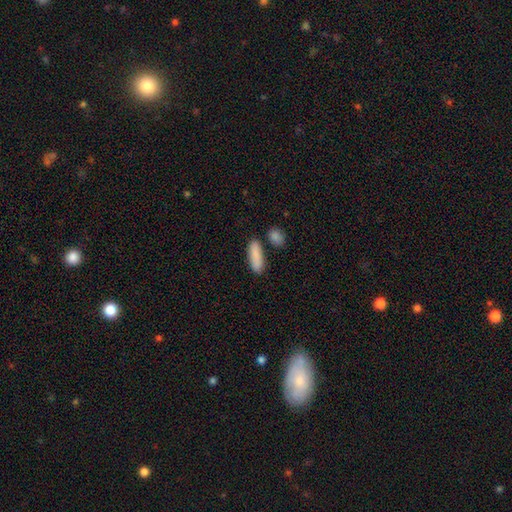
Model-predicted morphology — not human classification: Q: Smooth or featured?
A: smooth (88%); runner-up: featured or disk (6%)
Q: How rounded?
A: in between (53%); runner-up: cigar-shaped (44%)
Q: Merging?
A: none (79%); runner-up: minor disturbance (11%)